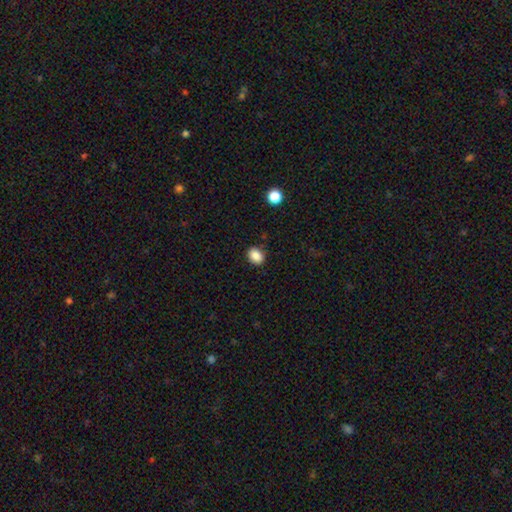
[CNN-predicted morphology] smooth_or_featured: smooth (p=0.87) [alt: star or artifact p=0.09]
how_rounded: in between (p=0.59) [alt: round p=0.40]
merging: none (p=0.87) [alt: minor disturbance p=0.09]